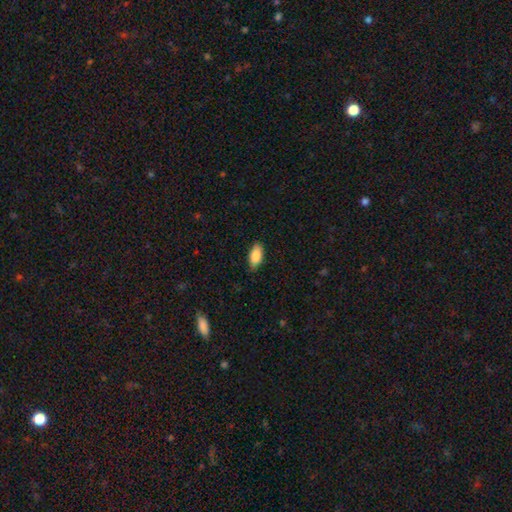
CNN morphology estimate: Smooth or featured?
  - smooth: 86% *
  - featured or disk: 7%
  - star or artifact: 7%
How rounded?
  - in between: 91% *
  - cigar-shaped: 6%
  - round: 3%
Merging?
  - none: 82% *
  - minor disturbance: 15%
  - major disturbance: 2%
  - merger: 1%